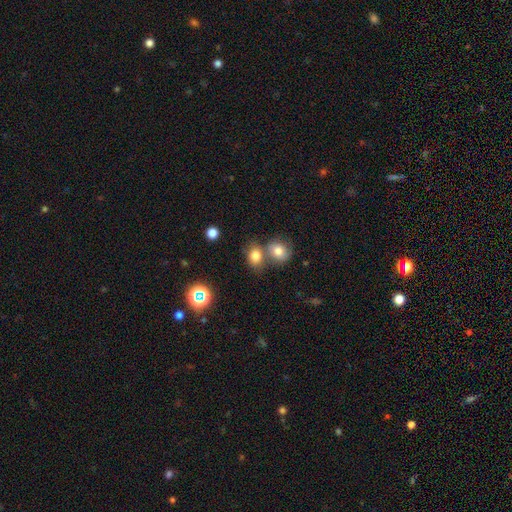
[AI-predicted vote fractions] The model was most divided on "merging": none: 46%, merger: 39%, minor disturbance: 11%, major disturbance: 4%. More confident: smooth or featured — smooth (79%); how rounded — in between (55%).